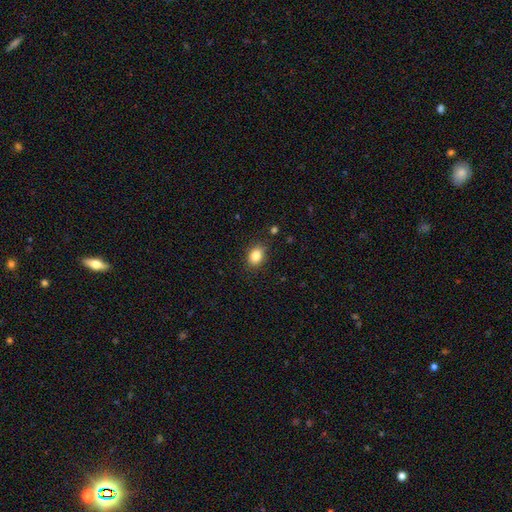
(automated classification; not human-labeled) Smooth or featured? smooth (85%)
How rounded? in between (65%)
Merging? none (85%)